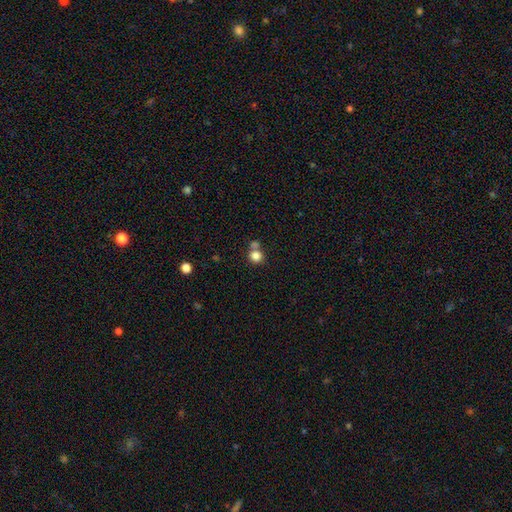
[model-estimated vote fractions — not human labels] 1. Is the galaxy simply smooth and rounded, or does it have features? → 82% smooth, 11% star or artifact, 7% featured or disk.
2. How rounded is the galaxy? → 88% round, 11% in between, 1% cigar-shaped.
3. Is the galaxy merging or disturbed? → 57% none, 31% merger, 9% minor disturbance, 4% major disturbance.